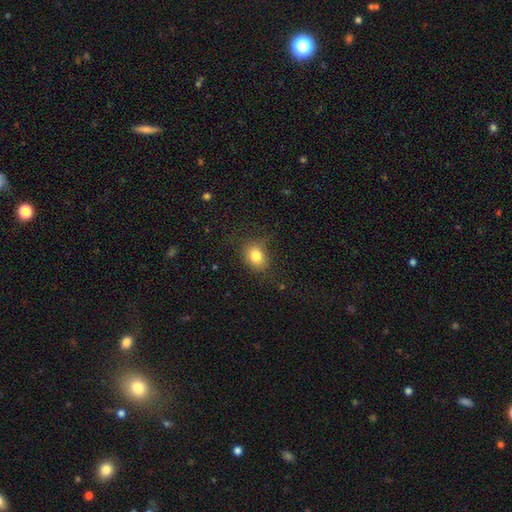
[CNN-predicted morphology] smooth 80%, star or artifact 12%, featured or disk 8%. Down the decision tree: how rounded — round (51%); merging — none (73%).